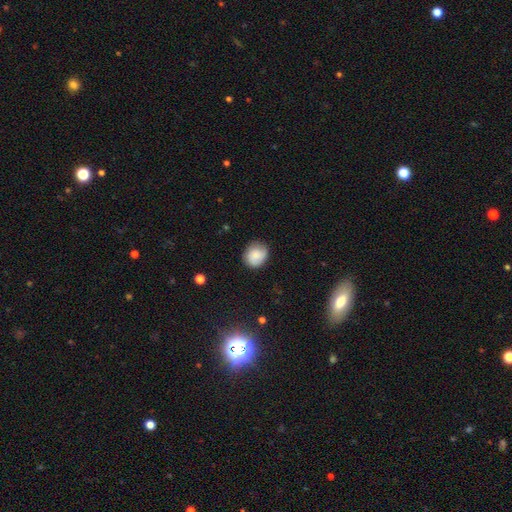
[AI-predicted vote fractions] Q: Smooth or featured?
A: smooth (77%); runner-up: featured or disk (15%)
Q: How rounded?
A: round (72%); runner-up: in between (27%)
Q: Merging?
A: none (78%); runner-up: minor disturbance (17%)